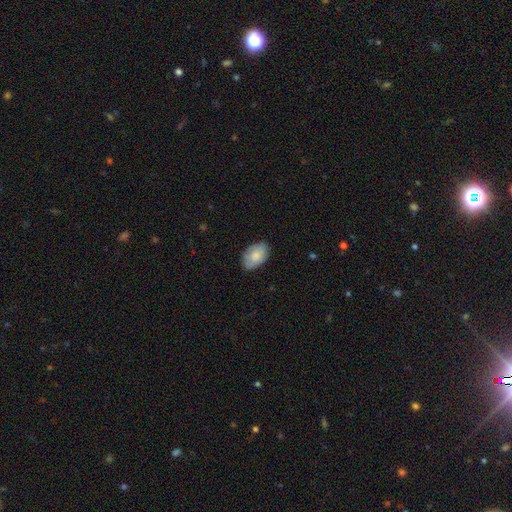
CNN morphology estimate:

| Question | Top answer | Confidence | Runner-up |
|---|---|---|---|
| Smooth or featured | smooth | 75% | featured or disk (18%) |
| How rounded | in between | 91% | round (8%) |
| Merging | none | 76% | minor disturbance (19%) |